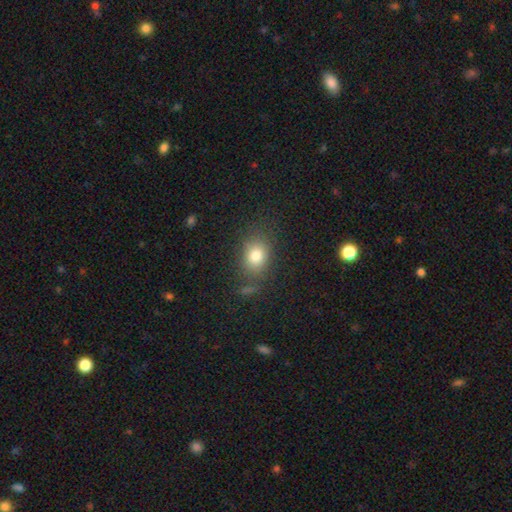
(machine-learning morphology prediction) This is likely a smooth galaxy (80%). How rounded: possibly in between (59%). Merging: likely none (76%).